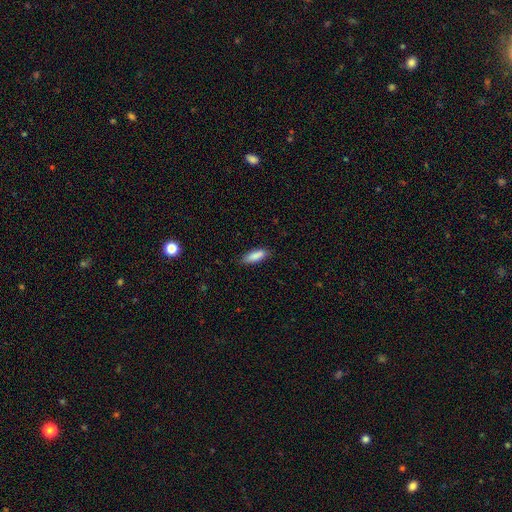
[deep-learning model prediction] A smooth galaxy with no disk features (87%) that is in between round and cigar-shaped (61%). Merging: none (81%).